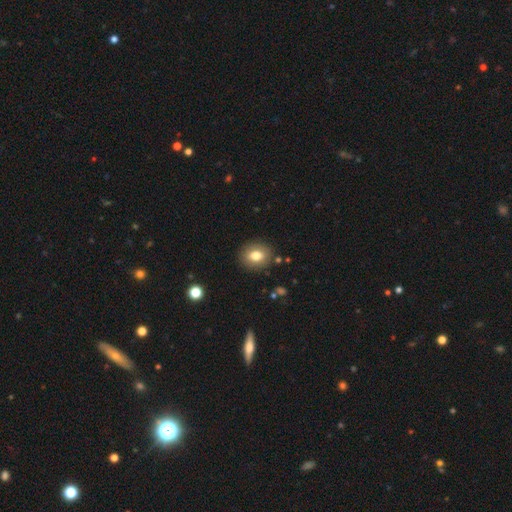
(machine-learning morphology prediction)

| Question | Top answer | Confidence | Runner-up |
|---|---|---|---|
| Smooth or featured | smooth | 78% | featured or disk (12%) |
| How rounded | round | 51% | in between (48%) |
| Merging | none | 87% | minor disturbance (8%) |